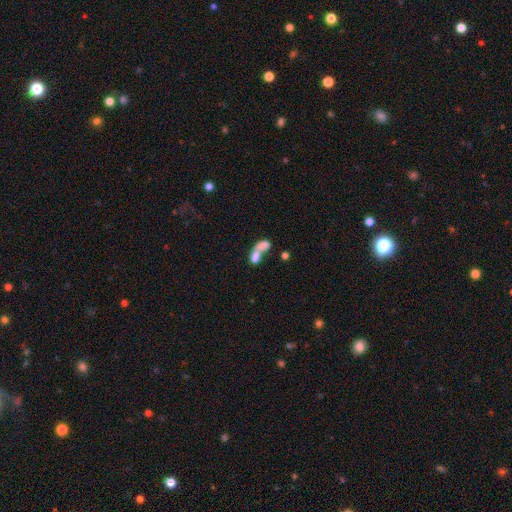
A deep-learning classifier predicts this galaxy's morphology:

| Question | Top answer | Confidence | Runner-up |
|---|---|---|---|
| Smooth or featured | smooth | 66% | featured or disk (23%) |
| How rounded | in between | 76% | round (16%) |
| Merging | merger | 72% | none (13%) |